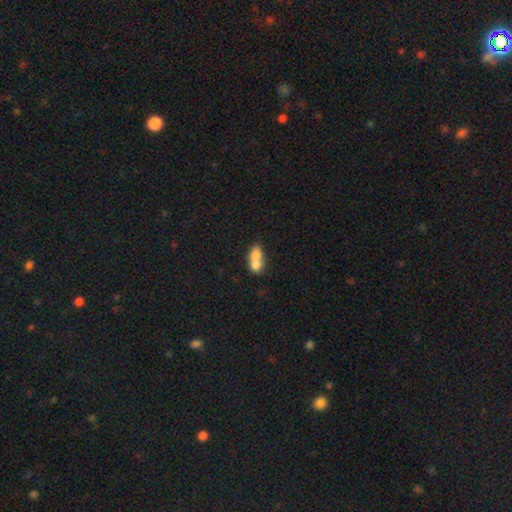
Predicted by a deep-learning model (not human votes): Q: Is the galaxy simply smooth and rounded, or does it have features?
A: smooth — 72%.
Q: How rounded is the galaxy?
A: in between — 59%.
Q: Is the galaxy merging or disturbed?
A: merger — 75%.